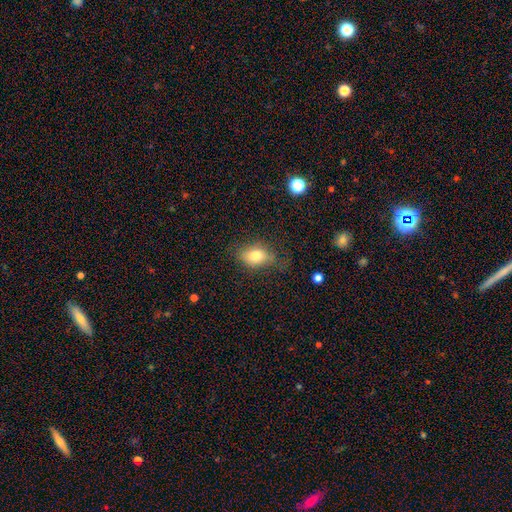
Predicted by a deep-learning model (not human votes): smooth_or_featured: smooth (p=0.77) [alt: featured or disk p=0.14]
how_rounded: in between (p=0.77) [alt: round p=0.21]
merging: none (p=0.63) [alt: minor disturbance p=0.26]